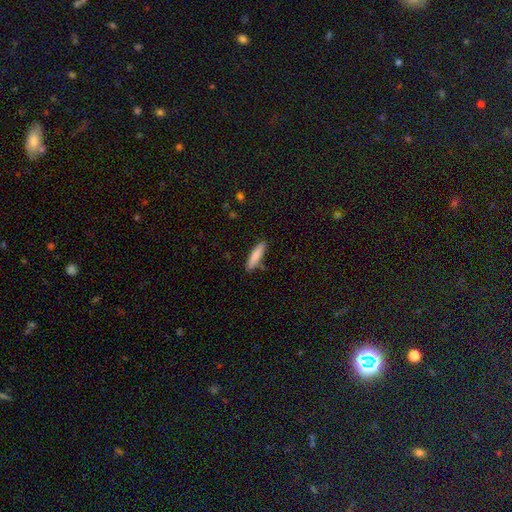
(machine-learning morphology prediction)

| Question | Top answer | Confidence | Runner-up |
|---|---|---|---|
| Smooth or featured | smooth | 82% | featured or disk (13%) |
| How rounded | cigar-shaped | 83% | in between (16%) |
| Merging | none | 83% | minor disturbance (12%) |